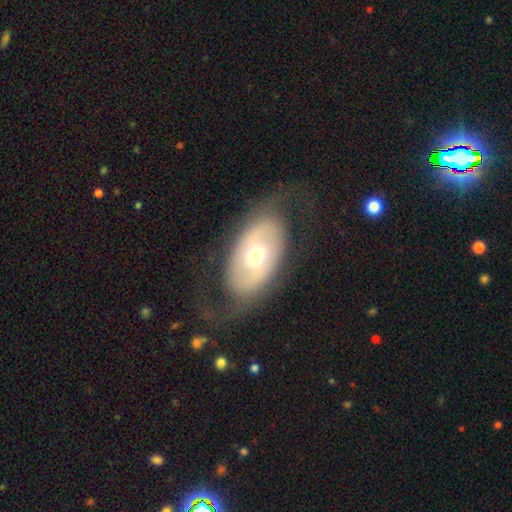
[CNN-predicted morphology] A featured or disk galaxy (54%).

Vote fractions:
- Smooth or featured? featured or disk: 54% / smooth: 39% / star or artifact: 7%
- Edge-on disk? no: 89% / yes: 11%
- Merging? none: 65% / major disturbance: 18% / minor disturbance: 16% / merger: 1%